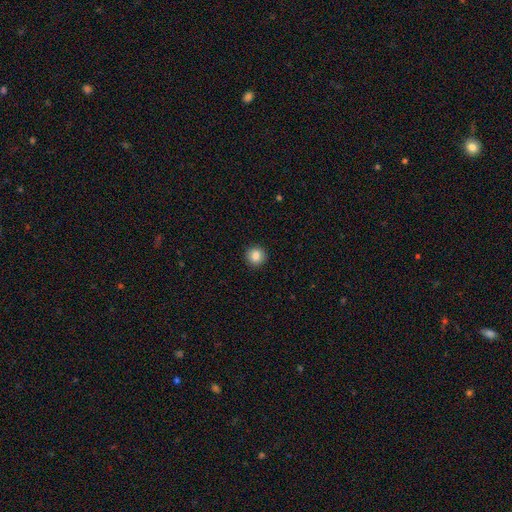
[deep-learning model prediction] Smooth or featured? Predicted: smooth (p=0.87). How rounded? Predicted: round (p=0.92). Merging? Predicted: none (p=0.92).